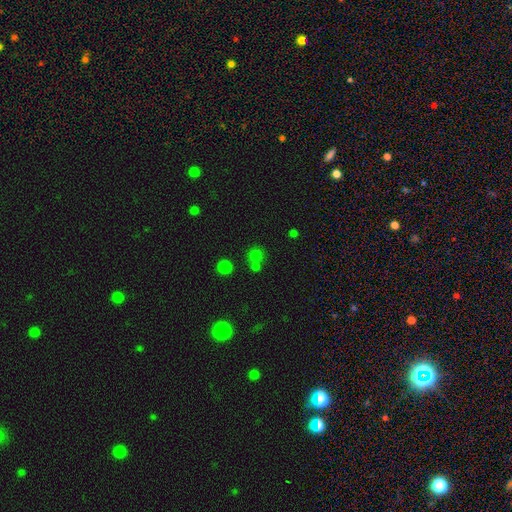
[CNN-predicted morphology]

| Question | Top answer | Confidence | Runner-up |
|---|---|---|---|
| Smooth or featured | smooth | 67% | star or artifact (25%) |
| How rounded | round | 89% | in between (10%) |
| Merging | none | 61% | merger (28%) |